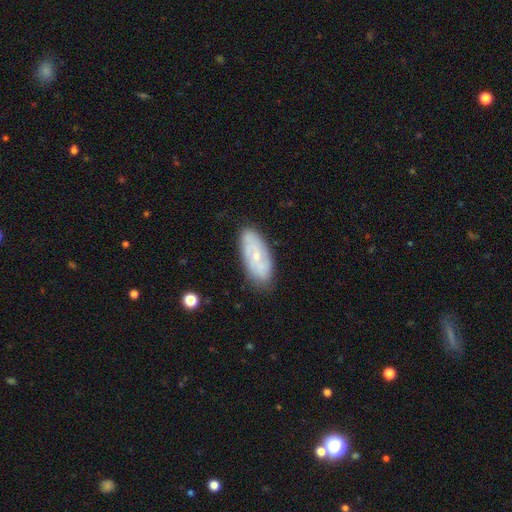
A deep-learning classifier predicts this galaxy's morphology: Smooth or featured? Predicted: featured or disk (p=0.56). Edge-on disk? Predicted: no (p=0.89). Merging? Predicted: none (p=0.82).